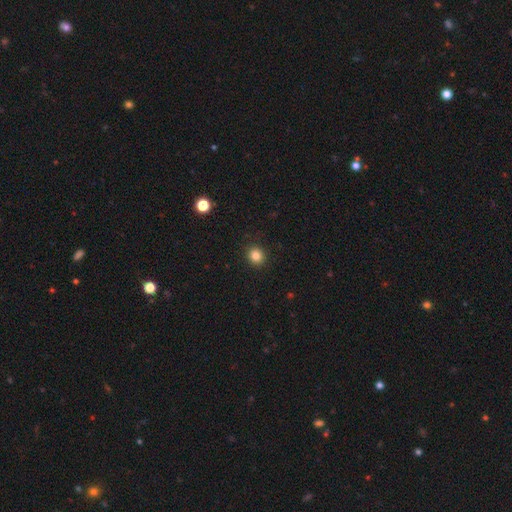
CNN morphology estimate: A smooth galaxy with no disk features (84%) that is round (86%). Merging: none (92%).